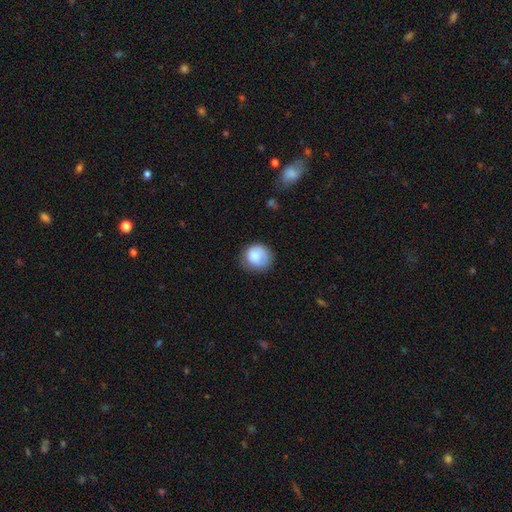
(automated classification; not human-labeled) Morphology: type=smooth (83%); roundness=round (84%); merging=none (69%).